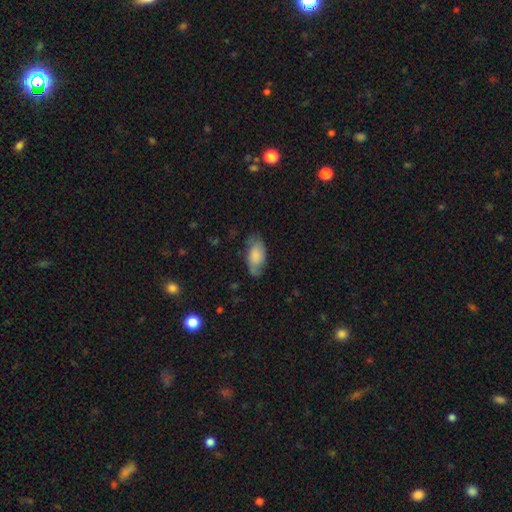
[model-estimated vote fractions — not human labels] smooth 77%, featured or disk 17%, star or artifact 7%. Down the decision tree: how rounded — in between (93%); merging — none (64%).